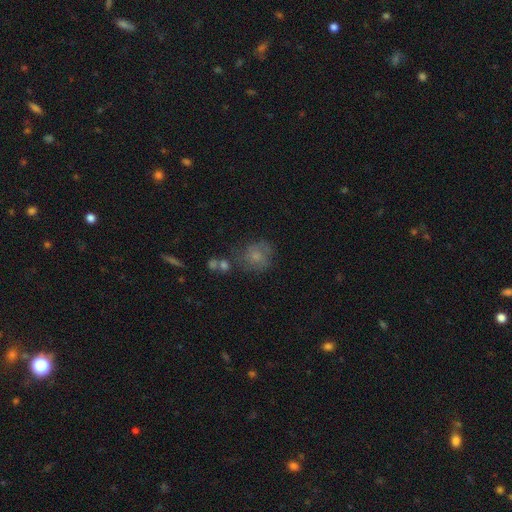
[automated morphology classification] Smooth or featured? Predicted: smooth (p=0.59). How rounded? Predicted: round (p=0.77). Merging? Predicted: none (p=0.56).